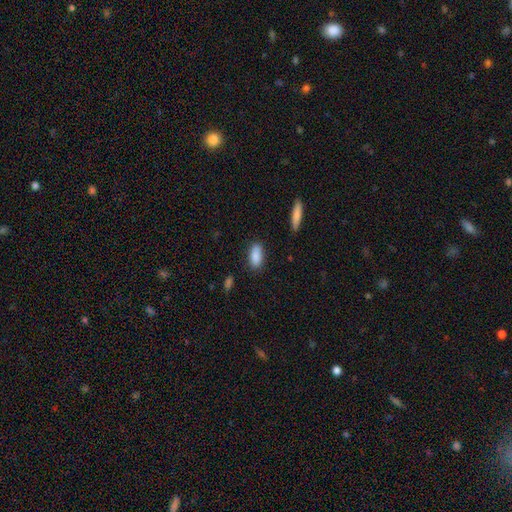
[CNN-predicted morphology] Smooth or featured: smooth — 88% (star or artifact — 7%)
How rounded: in between — 87% (cigar-shaped — 10%)
Merging: none — 84% (minor disturbance — 11%)